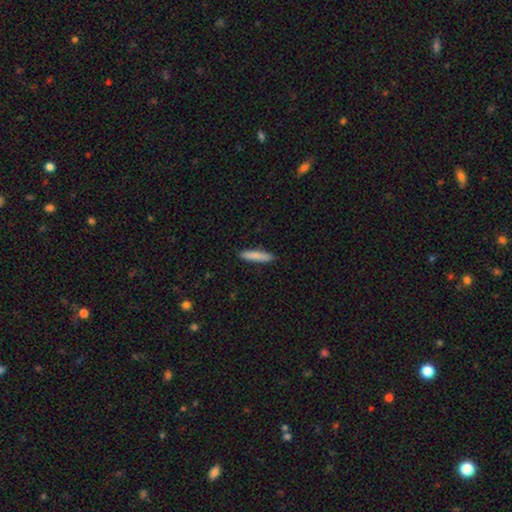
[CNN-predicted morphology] A smooth galaxy with no disk features (84%) that is cigar-shaped (87%). Merging: none (89%).